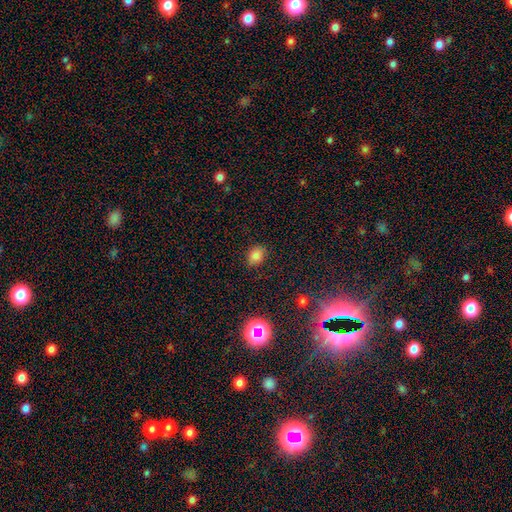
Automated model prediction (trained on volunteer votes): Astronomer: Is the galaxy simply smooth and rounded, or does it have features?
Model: smooth — 80%.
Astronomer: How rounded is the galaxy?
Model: in between — 60% (runner-up: round, 39%).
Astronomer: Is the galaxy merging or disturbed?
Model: none — 83%.